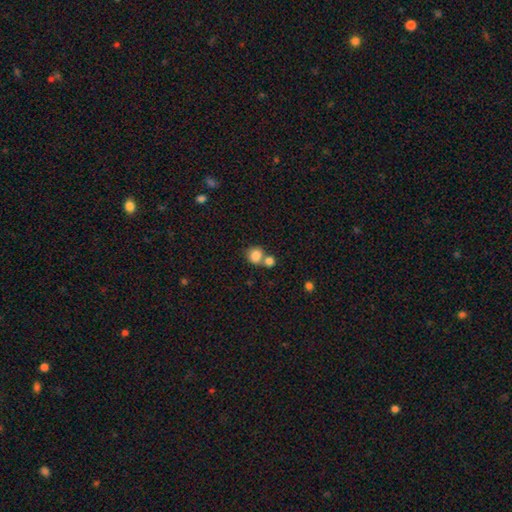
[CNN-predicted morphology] Overall: smooth (83%). How rounded: round (79%). Merging: none (46%; merger 43%).